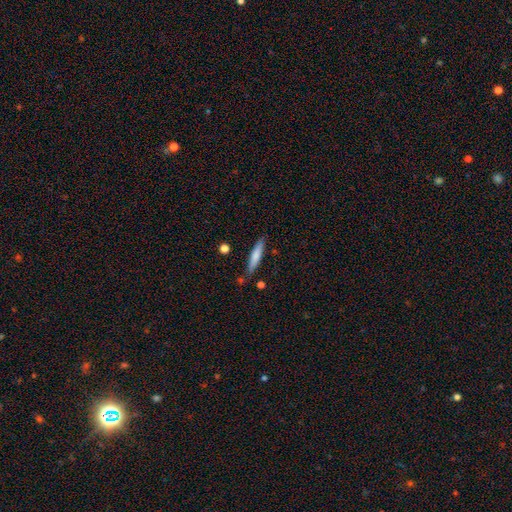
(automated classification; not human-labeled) smooth-or-featured: smooth: 69% | featured or disk: 25% | star or artifact: 6%
  how-rounded: cigar-shaped: 89% | in between: 10% | round: 1%
  merging: none: 81% | minor disturbance: 13% | merger: 4% | major disturbance: 2%